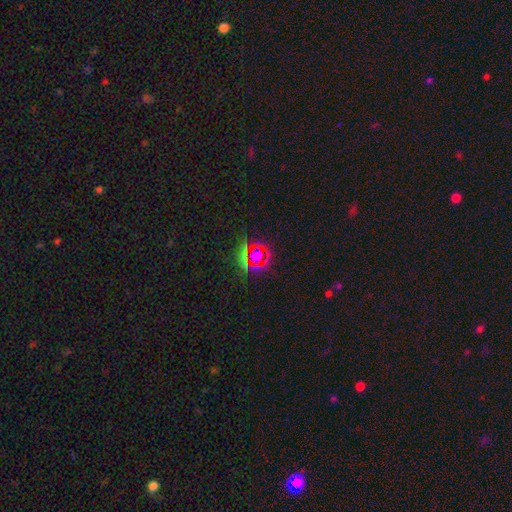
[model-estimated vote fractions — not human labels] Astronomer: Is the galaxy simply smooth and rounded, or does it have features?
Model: star or artifact — 73%.